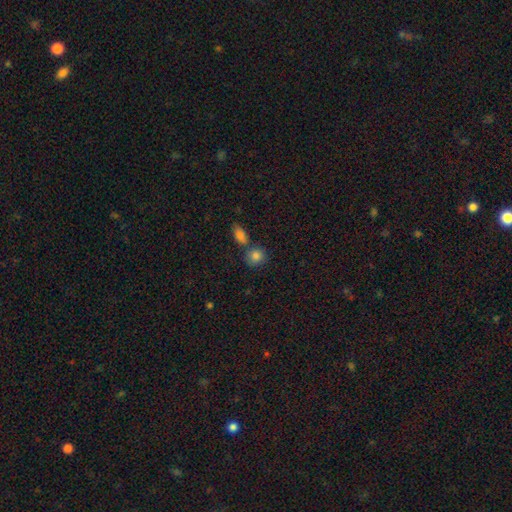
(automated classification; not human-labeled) Smooth or featured?
  - smooth: 84% *
  - star or artifact: 9%
  - featured or disk: 7%
How rounded?
  - round: 76% *
  - in between: 22%
  - cigar-shaped: 2%
Merging?
  - none: 63% *
  - merger: 23%
  - minor disturbance: 11%
  - major disturbance: 3%